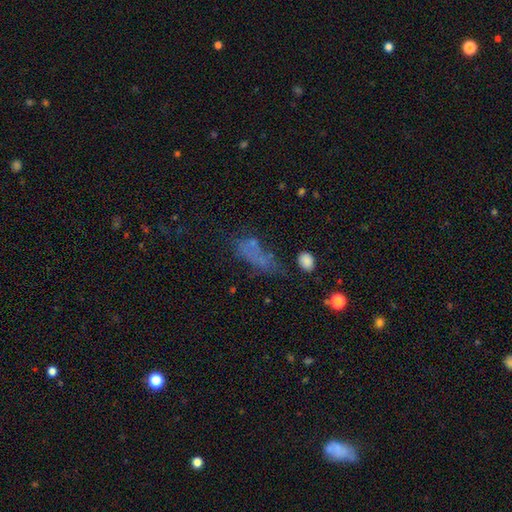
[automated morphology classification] Q: Smooth or featured?
A: smooth (47%); runner-up: star or artifact (29%)
Q: Merging?
A: none (45%); runner-up: major disturbance (24%)